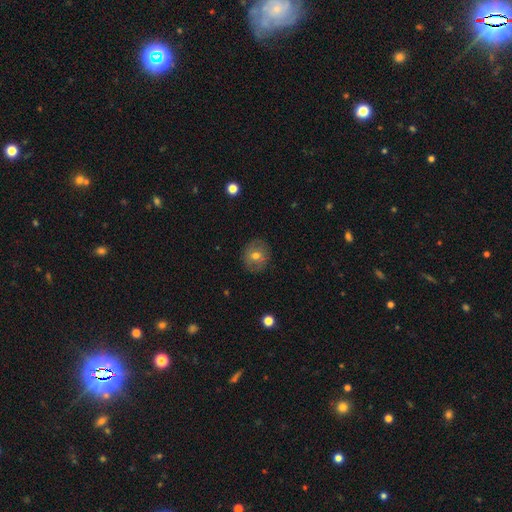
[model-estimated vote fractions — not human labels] Q: Smooth or featured?
A: smooth (64%); runner-up: featured or disk (26%)
Q: How rounded?
A: round (84%); runner-up: in between (15%)
Q: Merging?
A: none (86%); runner-up: minor disturbance (10%)